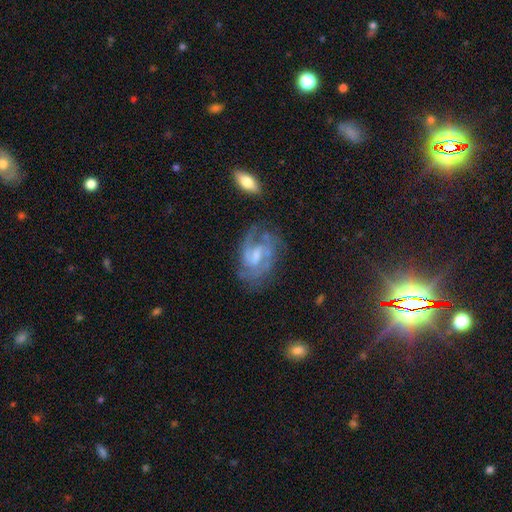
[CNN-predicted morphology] The model was most divided on "bulge size": small: 37%, moderate: 35%, none: 21%, large: 5%, dominant: 1%. Remaining: edge-on disk — no (97%); spiral arms — yes (92%); smooth or featured — featured or disk (80%); merging — none (63%); bar — weak (55%); spiral arm count — 2 (51%); spiral winding — medium (49%).